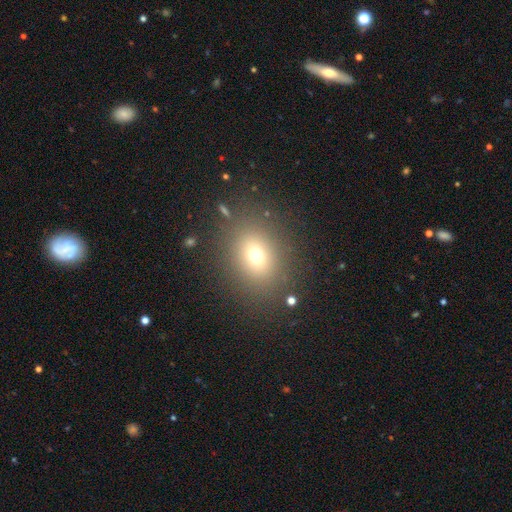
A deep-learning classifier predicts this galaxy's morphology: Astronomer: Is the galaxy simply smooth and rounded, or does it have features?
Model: smooth — 70%.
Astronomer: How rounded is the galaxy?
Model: round — 61% (runner-up: in between, 38%).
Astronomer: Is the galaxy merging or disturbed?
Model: none — 83%.